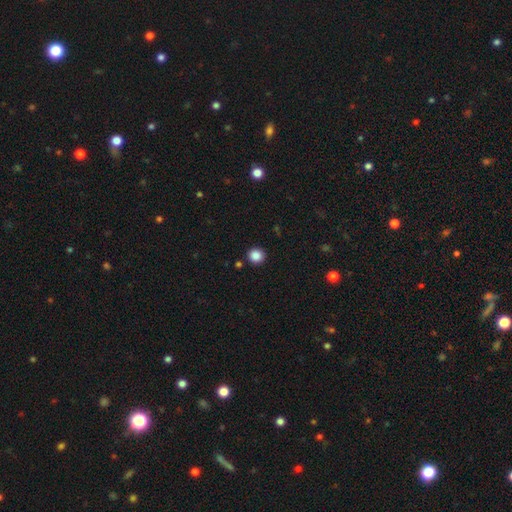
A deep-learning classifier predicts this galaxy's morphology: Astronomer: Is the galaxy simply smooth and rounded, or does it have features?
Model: smooth — 86%.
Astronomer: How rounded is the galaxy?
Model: round — 91%.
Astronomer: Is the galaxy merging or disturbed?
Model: none — 91%.